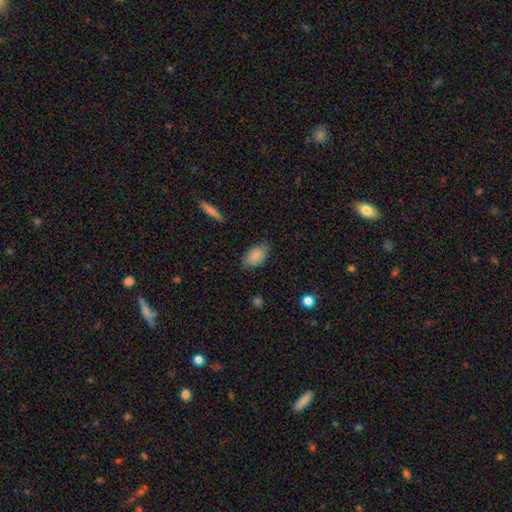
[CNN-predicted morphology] Overall: smooth (87%). How rounded: in between (92%). Merging: none (78%).